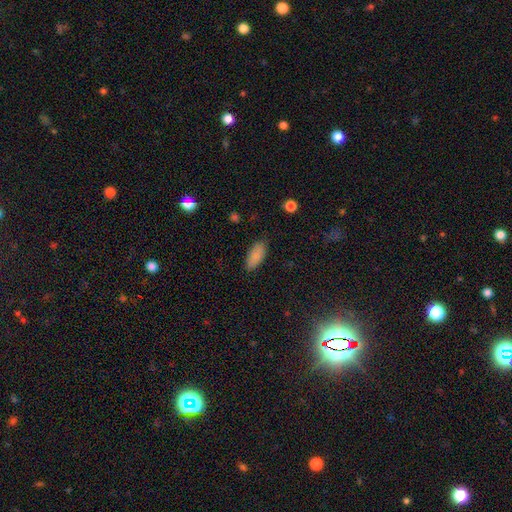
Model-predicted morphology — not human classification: smooth 87%, star or artifact 7%, featured or disk 5%. Down the decision tree: how rounded — in between (86%); merging — none (84%).